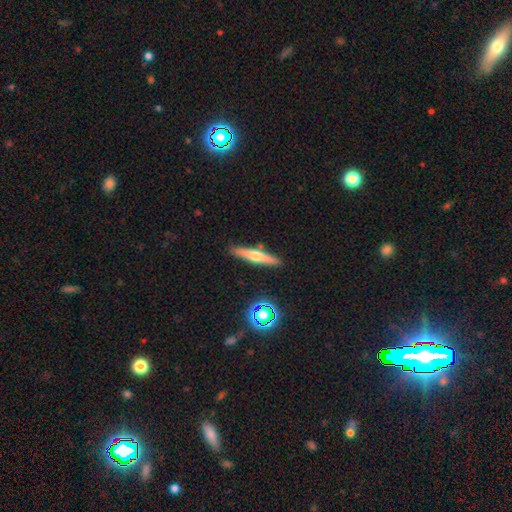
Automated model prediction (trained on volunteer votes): This appears to be a featured or disk galaxy (48%). Merging: none (88%).